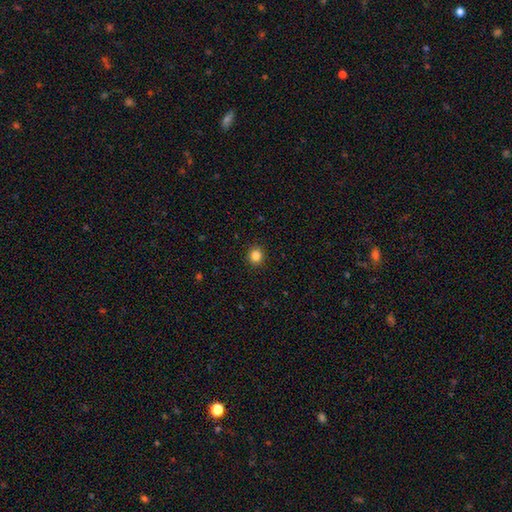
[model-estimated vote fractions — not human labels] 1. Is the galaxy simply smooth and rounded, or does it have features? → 84% smooth, 11% star or artifact, 4% featured or disk.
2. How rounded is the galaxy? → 85% round, 14% in between, 1% cigar-shaped.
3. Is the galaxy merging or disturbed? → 92% none, 6% minor disturbance, 2% major disturbance, 1% merger.